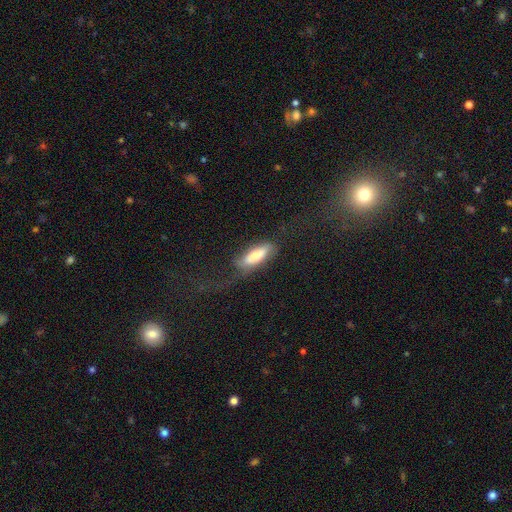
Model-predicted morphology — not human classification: This is likely a smooth galaxy (71%). How rounded: possibly in between (55%). Merging: marginally none (42%).